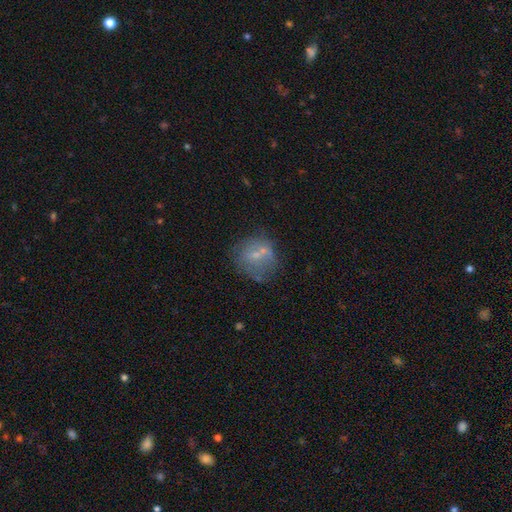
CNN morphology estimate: Smooth or featured?
  - smooth: 51% *
  - featured or disk: 36%
  - star or artifact: 13%
How rounded?
  - round: 79% *
  - in between: 20%
  - cigar-shaped: 2%
Merging?
  - none: 53% *
  - merger: 18%
  - minor disturbance: 18%
  - major disturbance: 10%